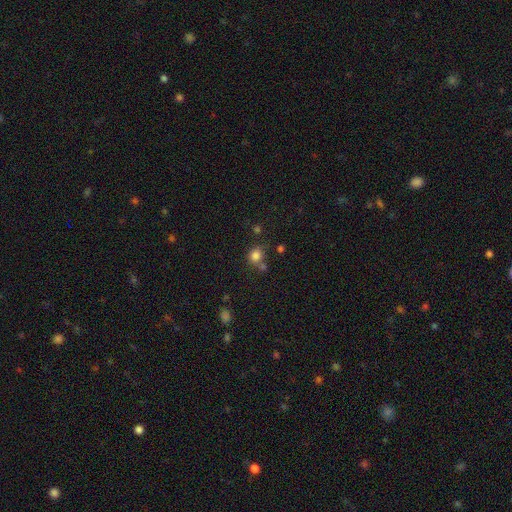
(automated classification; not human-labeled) Morphology: type=smooth (81%); roundness=round (78%); merging=none (63%).